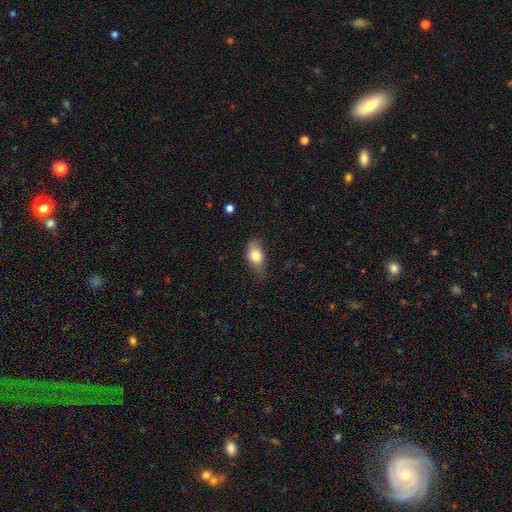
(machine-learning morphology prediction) A smooth galaxy with no disk features (79%) that is in between round and cigar-shaped (86%).

Vote fractions:
- Smooth or featured? smooth: 79% / featured or disk: 13% / star or artifact: 8%
- How rounded? in between: 86% / round: 11% / cigar-shaped: 4%
- Merging? none: 65% / minor disturbance: 27% / major disturbance: 6% / merger: 1%